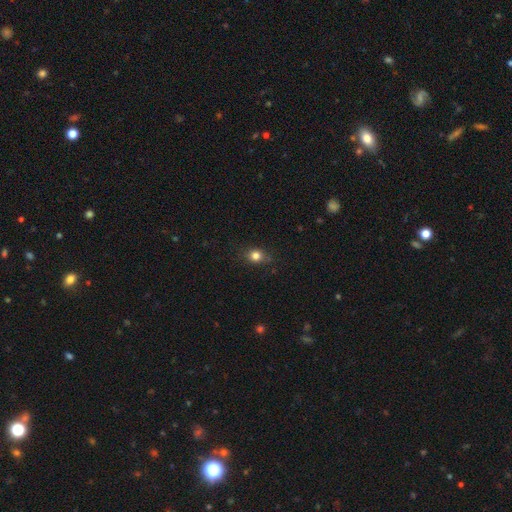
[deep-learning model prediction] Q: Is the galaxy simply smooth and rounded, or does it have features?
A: smooth — 81%.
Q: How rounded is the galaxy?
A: round — 68%.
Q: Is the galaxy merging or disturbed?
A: none — 78%.